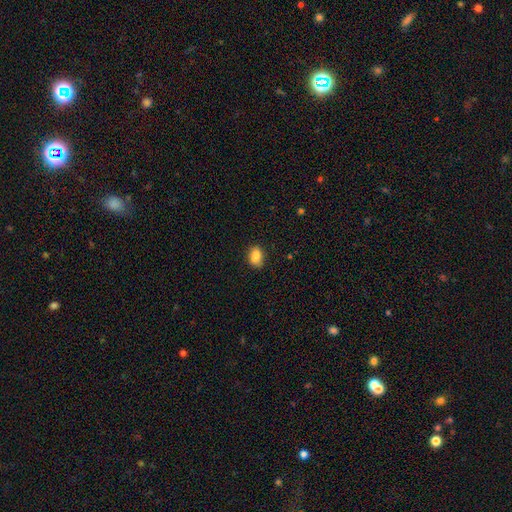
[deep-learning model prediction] smooth 86%, star or artifact 9%, featured or disk 6%. Down the decision tree: how rounded — in between (77%); merging — none (77%).